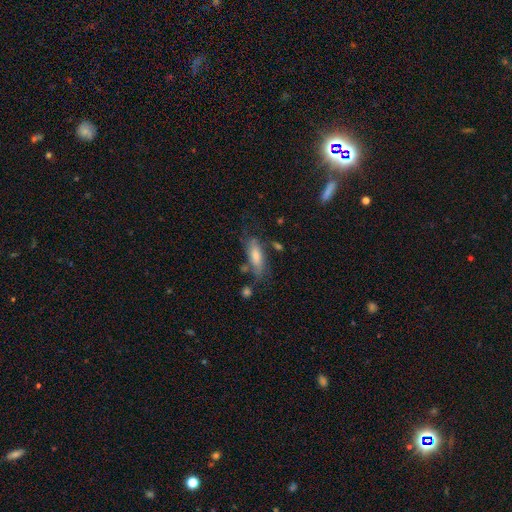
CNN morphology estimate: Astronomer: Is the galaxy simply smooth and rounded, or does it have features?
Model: smooth — 57% (runner-up: featured or disk, 34%).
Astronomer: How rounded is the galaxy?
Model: in between — 54% (runner-up: cigar-shaped, 43%).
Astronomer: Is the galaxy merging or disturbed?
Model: none — 59%.